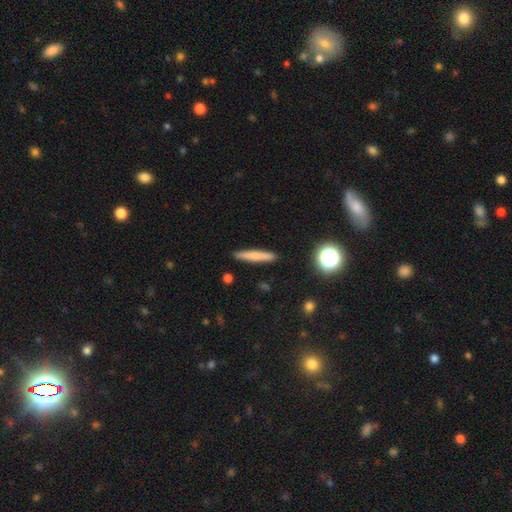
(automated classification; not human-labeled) Smooth or featured? smooth (71%)
How rounded? cigar-shaped (93%)
Merging? none (90%)